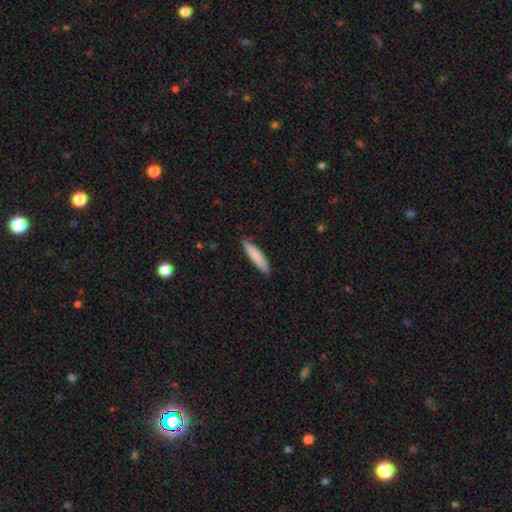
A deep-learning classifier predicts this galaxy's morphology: Smooth or featured?
  - smooth: 83% *
  - featured or disk: 11%
  - star or artifact: 5%
How rounded?
  - cigar-shaped: 84% *
  - in between: 14%
  - round: 1%
Merging?
  - none: 87% *
  - minor disturbance: 10%
  - major disturbance: 2%
  - merger: 1%